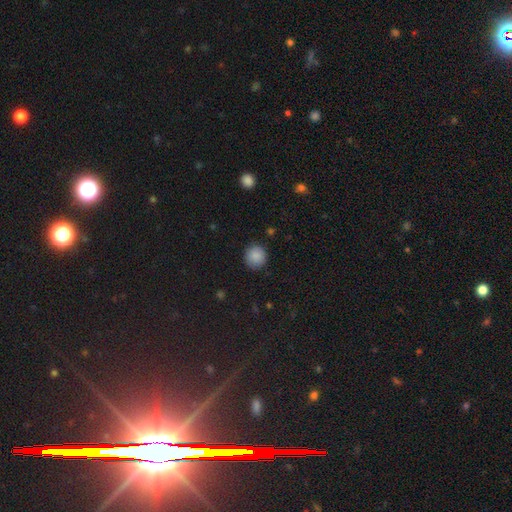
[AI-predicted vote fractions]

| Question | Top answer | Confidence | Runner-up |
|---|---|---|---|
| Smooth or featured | smooth | 87% | star or artifact (8%) |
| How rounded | round | 93% | in between (6%) |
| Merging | none | 89% | minor disturbance (8%) |